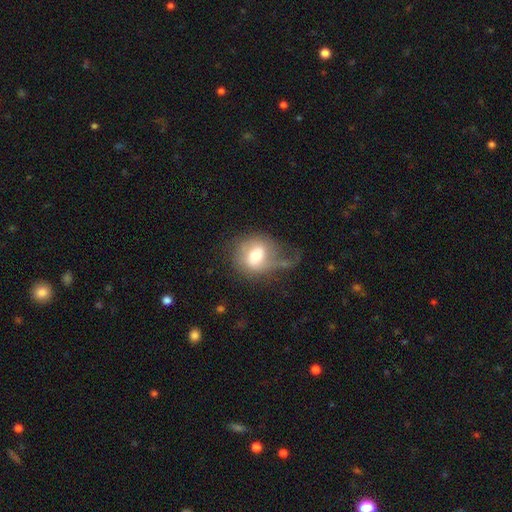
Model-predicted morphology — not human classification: smooth_or_featured: smooth (p=0.56) [alt: featured or disk p=0.37]
how_rounded: round (p=0.65) [alt: in between p=0.33]
merging: major disturbance (p=0.42) [alt: none p=0.30]